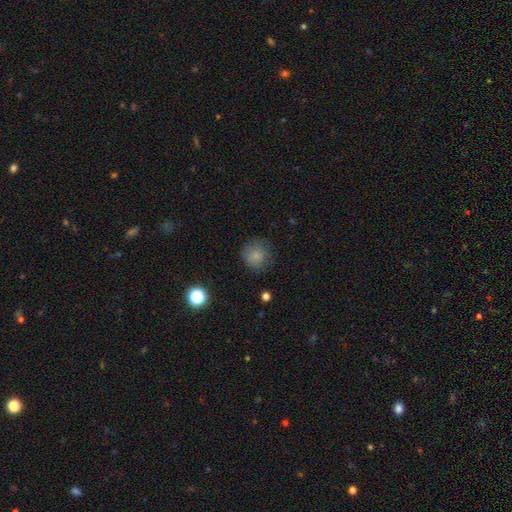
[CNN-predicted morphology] A smooth galaxy with no disk features (80%) that is round (92%). Merging: none (78%).